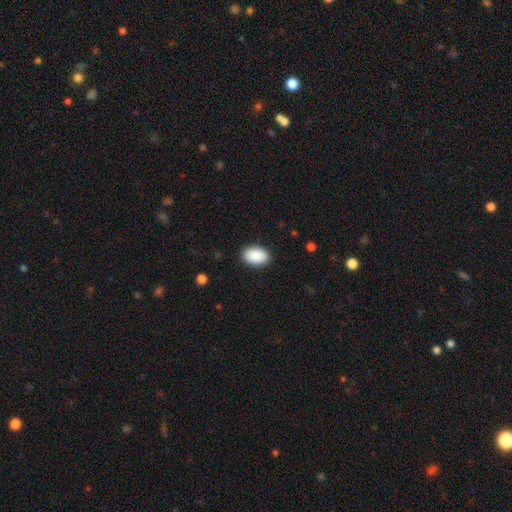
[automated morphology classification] smooth-or-featured: smooth: 91% | star or artifact: 6% | featured or disk: 3%
  how-rounded: in between: 91% | round: 7% | cigar-shaped: 1%
  merging: none: 89% | minor disturbance: 8% | major disturbance: 2% | merger: 1%